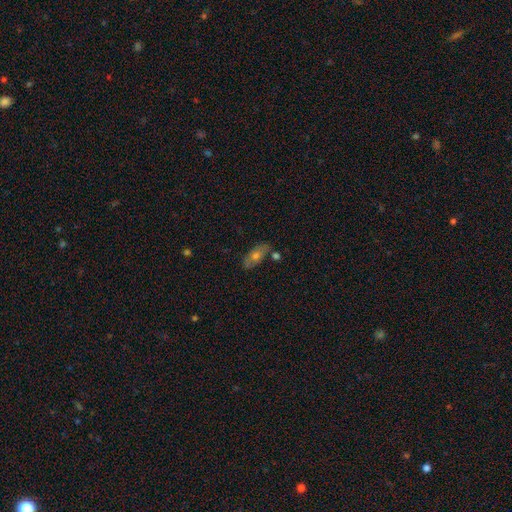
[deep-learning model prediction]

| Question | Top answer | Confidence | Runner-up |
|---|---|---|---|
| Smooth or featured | smooth | 52% | featured or disk (39%) |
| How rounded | in between | 79% | cigar-shaped (15%) |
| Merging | none | 75% | minor disturbance (15%) |